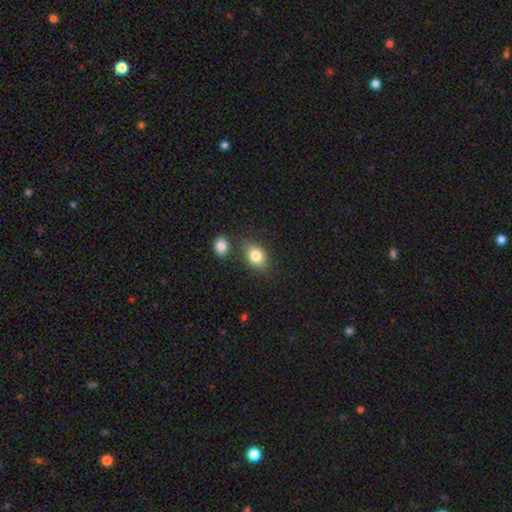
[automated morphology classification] The model was most divided on "merging": none: 71%, minor disturbance: 13%, merger: 12%, major disturbance: 4%. More confident: smooth or featured — smooth (82%); how rounded — in between (79%).